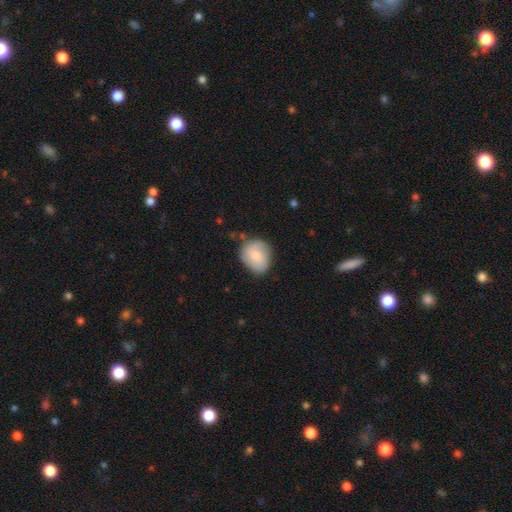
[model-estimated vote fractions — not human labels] Smooth or featured? Predicted: smooth (p=0.67). How rounded? Predicted: round (p=0.66). Merging? Predicted: none (p=0.66).